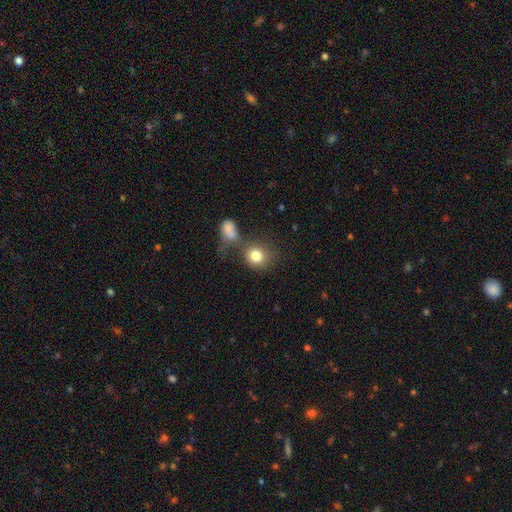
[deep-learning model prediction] Overall: smooth (80%). How rounded: round (75%). Merging: none (50%; merger 27%).